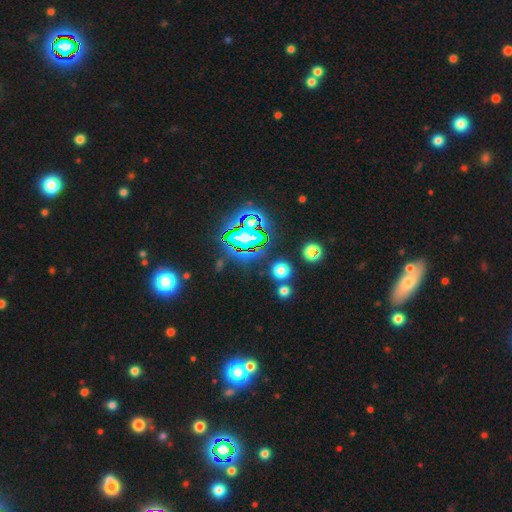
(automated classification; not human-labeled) smooth-or-featured: star or artifact: 81% | smooth: 11% | featured or disk: 8%